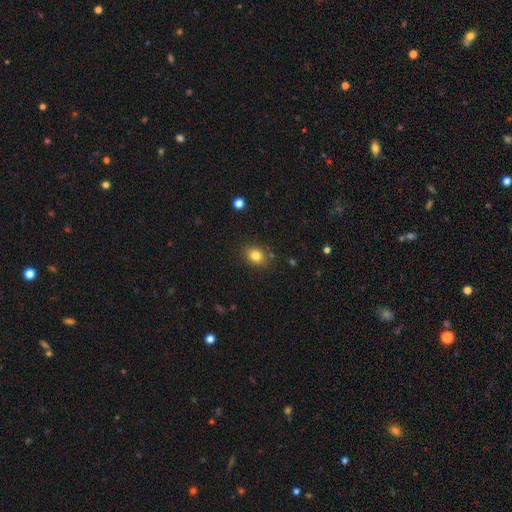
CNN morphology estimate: smooth_or_featured: smooth (p=0.82) [alt: star or artifact p=0.11]
how_rounded: round (p=0.50) [alt: in between p=0.49]
merging: none (p=0.84) [alt: minor disturbance p=0.10]